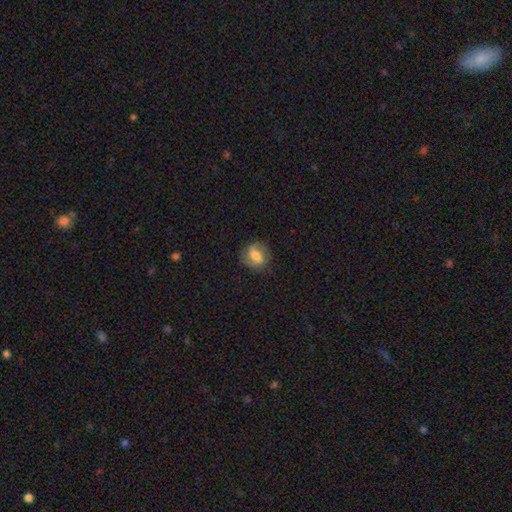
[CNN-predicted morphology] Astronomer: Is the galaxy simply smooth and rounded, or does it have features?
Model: smooth — 49% (runner-up: featured or disk, 43%).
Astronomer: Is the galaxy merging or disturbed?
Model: none — 77%.